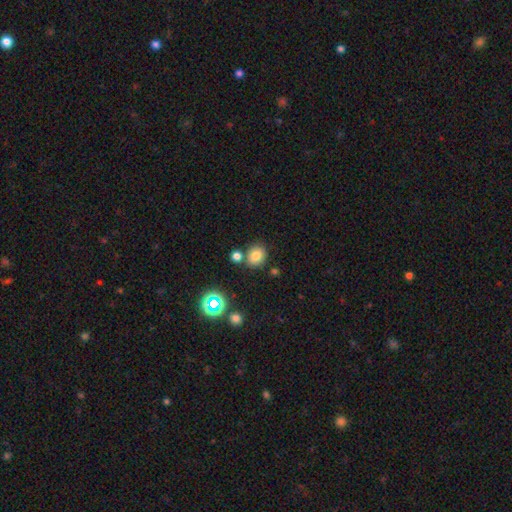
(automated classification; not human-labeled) smooth_or_featured: smooth (p=0.78) [alt: star or artifact p=0.15]
how_rounded: round (p=0.69) [alt: in between p=0.30]
merging: none (p=0.73) [alt: merger p=0.13]